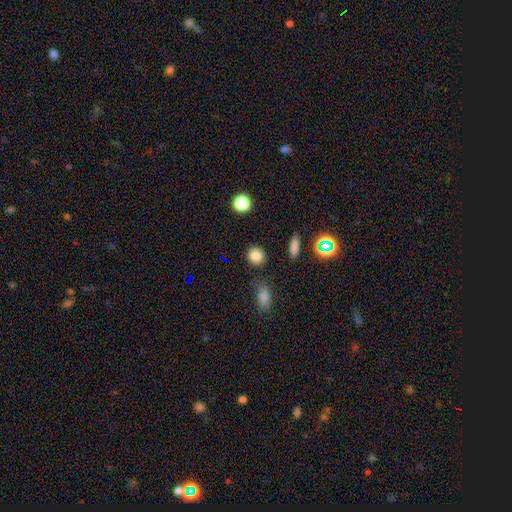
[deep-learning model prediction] smooth_or_featured: smooth (p=0.83) [alt: star or artifact p=0.12]
how_rounded: round (p=0.82) [alt: in between p=0.17]
merging: none (p=0.88) [alt: minor disturbance p=0.07]